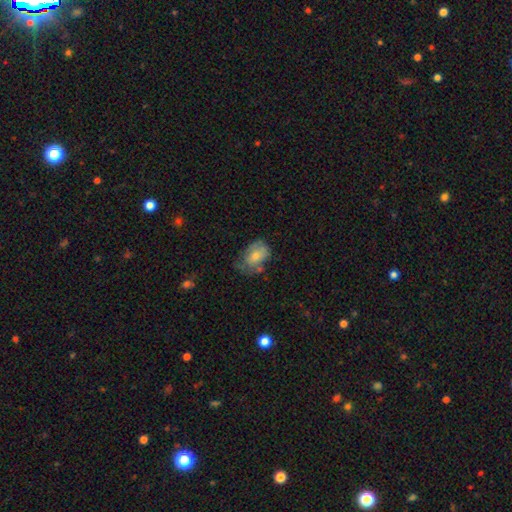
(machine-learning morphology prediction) A smooth galaxy with no disk features (60%) that is in between round and cigar-shaped (82%).

Vote fractions:
- Smooth or featured? smooth: 60% / featured or disk: 31% / star or artifact: 9%
- How rounded? in between: 82% / round: 17% / cigar-shaped: 2%
- Merging? none: 45% / minor disturbance: 35% / major disturbance: 16% / merger: 4%